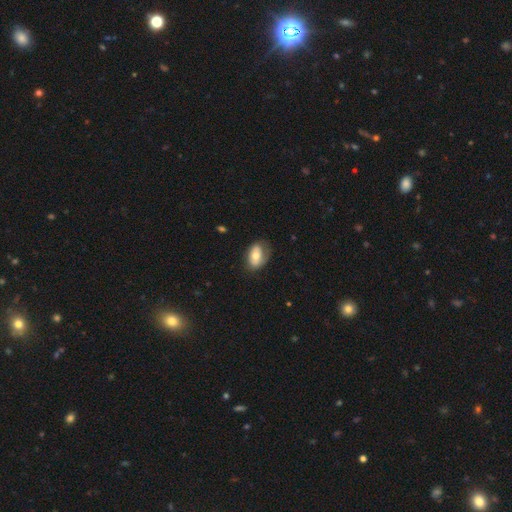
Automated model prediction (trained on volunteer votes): This is likely a smooth galaxy (64%). How rounded: clearly in between (87%). Merging: likely none (64%).